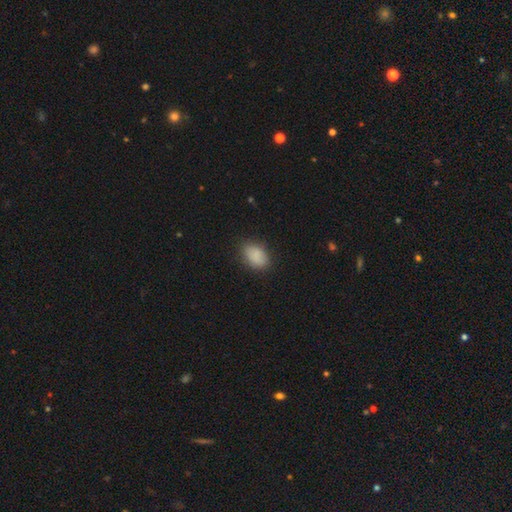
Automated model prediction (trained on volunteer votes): The model was most divided on "merging": none: 82%, minor disturbance: 14%, major disturbance: 3%, merger: 1%. More confident: smooth or featured — smooth (88%); how rounded — in between (85%).